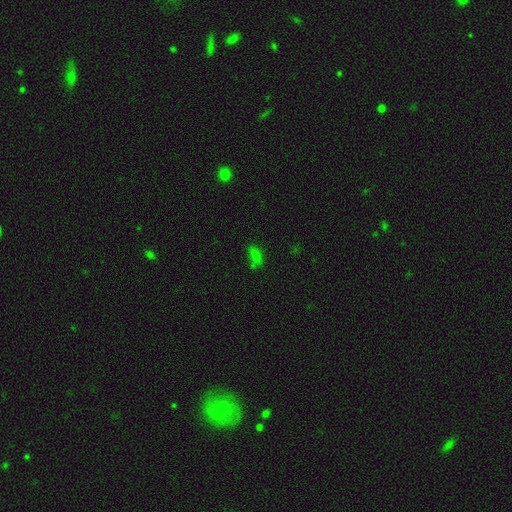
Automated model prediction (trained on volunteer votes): The model was most divided on "merging": none: 58%, minor disturbance: 23%, major disturbance: 11%, merger: 9%. More confident: how rounded — in between (79%); smooth or featured — smooth (64%).